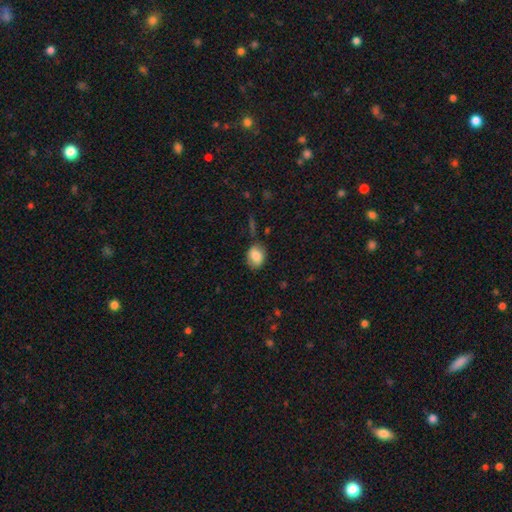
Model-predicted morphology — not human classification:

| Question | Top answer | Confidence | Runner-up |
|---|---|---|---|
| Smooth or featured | smooth | 82% | featured or disk (10%) |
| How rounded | in between | 53% | round (45%) |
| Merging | none | 74% | minor disturbance (18%) |